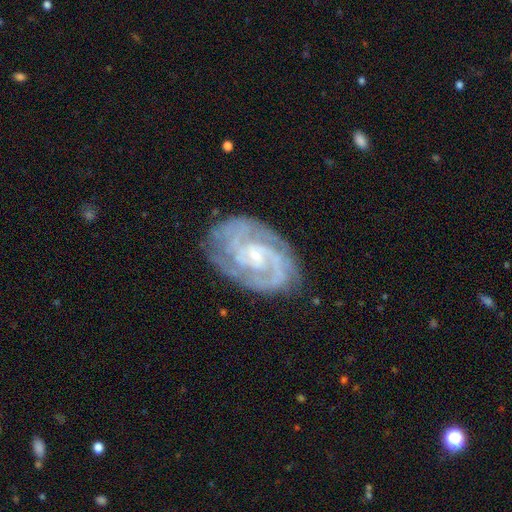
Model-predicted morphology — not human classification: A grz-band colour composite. It shows a featured or disk galaxy (88%) with no bar (55%), 2 (46%) tight (64%) spiral arms (97%) and a small central bulge (74%). Merging: none (75%).